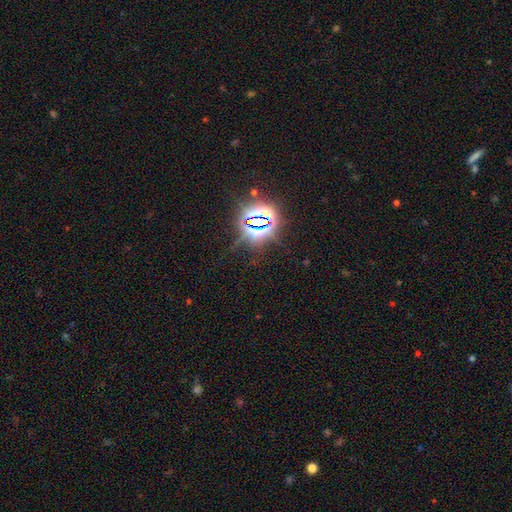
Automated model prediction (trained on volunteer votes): Smooth or featured?
  - star or artifact: 83% *
  - smooth: 10%
  - featured or disk: 7%